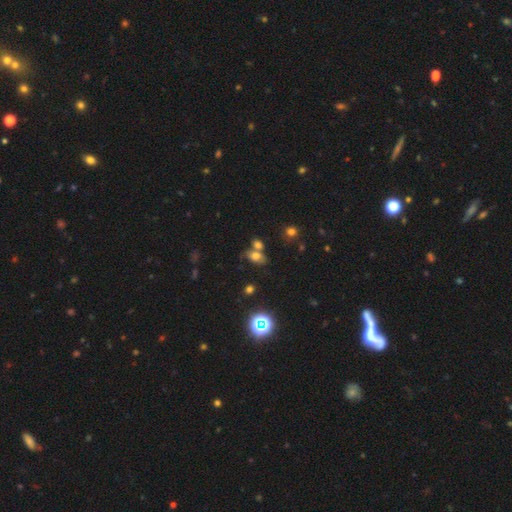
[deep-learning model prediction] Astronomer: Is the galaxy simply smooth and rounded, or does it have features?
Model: smooth — 64%.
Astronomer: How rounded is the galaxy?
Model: in between — 78%.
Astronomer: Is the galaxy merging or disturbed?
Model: none — 43% (runner-up: merger, 38%).